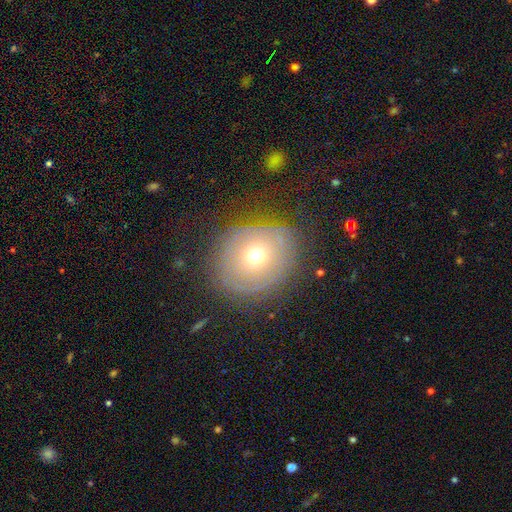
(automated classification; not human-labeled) Morphology: type=featured or disk (46%); merging=none (77%).